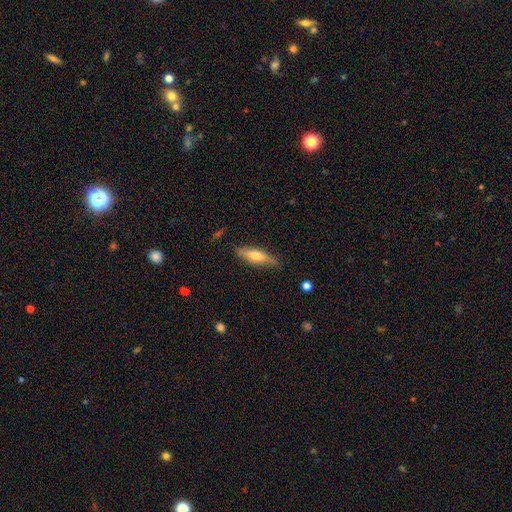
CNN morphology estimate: Smooth or featured? smooth (53%)
How rounded? cigar-shaped (69%)
Merging? none (82%)